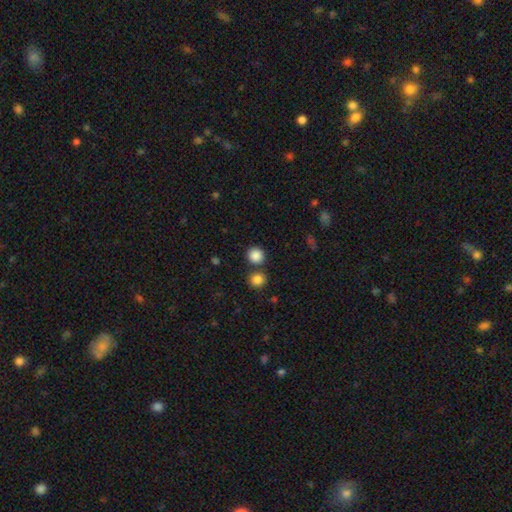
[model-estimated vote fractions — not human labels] Smooth or featured? smooth (86%)
How rounded? round (91%)
Merging? none (77%)